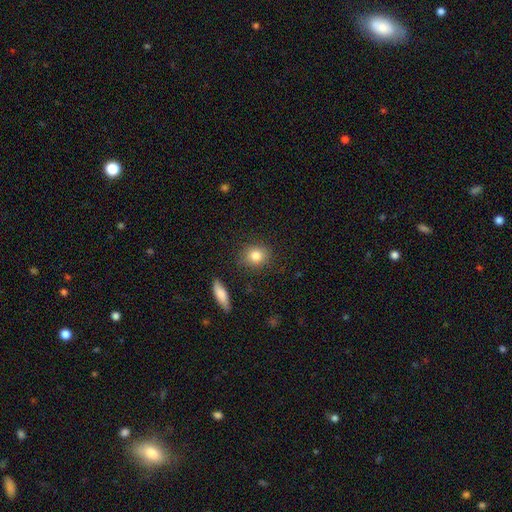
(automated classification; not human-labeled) smooth-or-featured: smooth: 85% | star or artifact: 9% | featured or disk: 7%
  how-rounded: round: 67% | in between: 31% | cigar-shaped: 2%
  merging: none: 85% | minor disturbance: 10% | major disturbance: 3% | merger: 2%